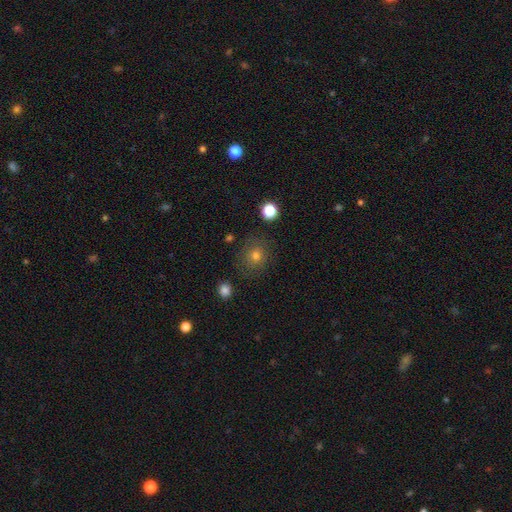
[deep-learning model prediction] A smooth galaxy with no disk features (72%) that is round (85%).

Vote fractions:
- Smooth or featured? smooth: 72% / star or artifact: 16% / featured or disk: 12%
- How rounded? round: 85% / in between: 14% / cigar-shaped: 1%
- Merging? none: 82% / minor disturbance: 11% / major disturbance: 4% / merger: 2%